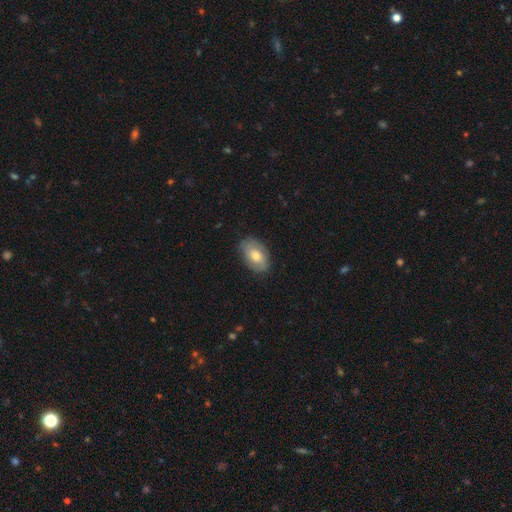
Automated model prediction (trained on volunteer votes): Q: Smooth or featured?
A: smooth (55%); runner-up: featured or disk (38%)
Q: How rounded?
A: in between (88%); runner-up: round (11%)
Q: Merging?
A: none (79%); runner-up: minor disturbance (16%)